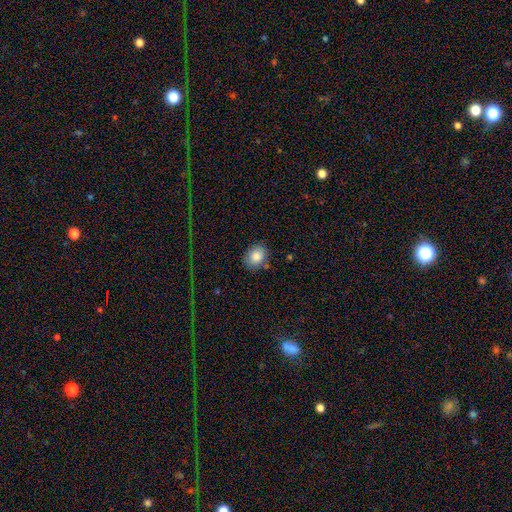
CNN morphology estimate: smooth_or_featured: smooth (p=0.84) [alt: star or artifact p=0.08]
how_rounded: in between (p=0.58) [alt: round p=0.42]
merging: none (p=0.81) [alt: minor disturbance p=0.13]